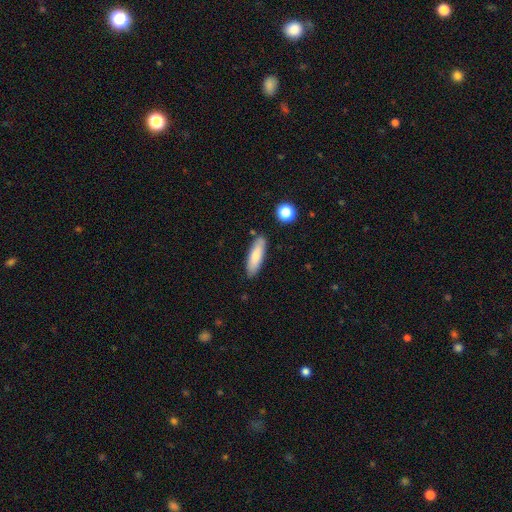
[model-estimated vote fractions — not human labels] This appears to be a smooth galaxy with no disk features (75%) that is cigar-shaped (54%). Merging: none (83%).